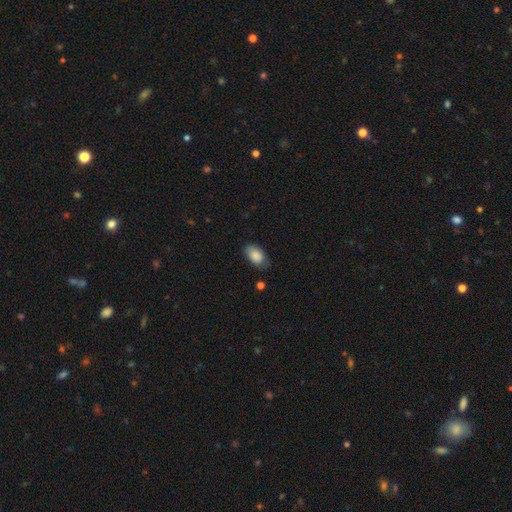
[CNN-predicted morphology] Q: Smooth or featured?
A: smooth (86%); runner-up: star or artifact (7%)
Q: How rounded?
A: in between (92%); runner-up: round (7%)
Q: Merging?
A: none (74%); runner-up: minor disturbance (21%)